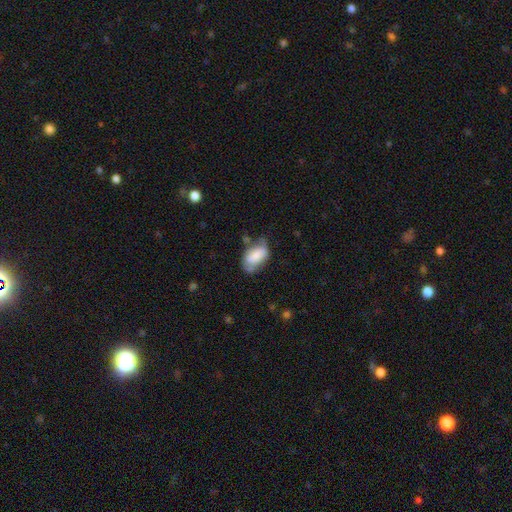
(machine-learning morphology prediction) Smooth or featured? smooth (67%)
How rounded? in between (91%)
Merging? none (45%)